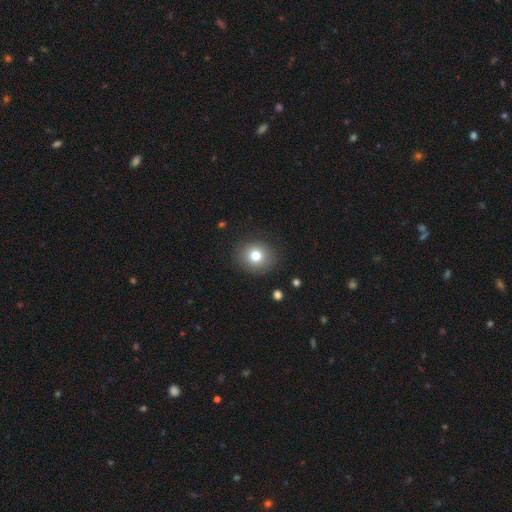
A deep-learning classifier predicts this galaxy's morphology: A smooth galaxy with no disk features (77%) that is round (80%). Merging: none (88%).